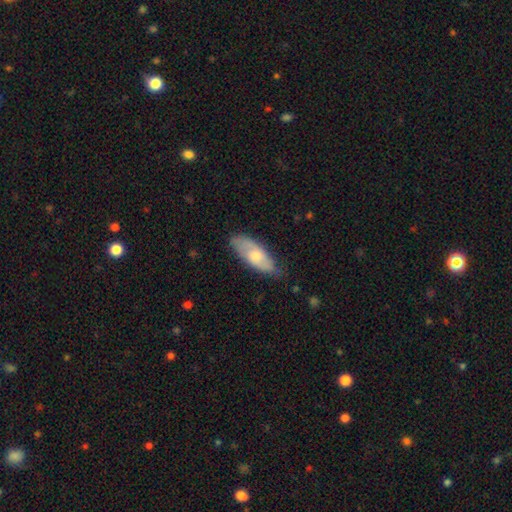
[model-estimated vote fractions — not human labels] Smooth or featured? Predicted: smooth (p=0.58). How rounded? Predicted: in between (p=0.75). Merging? Predicted: none (p=0.71).